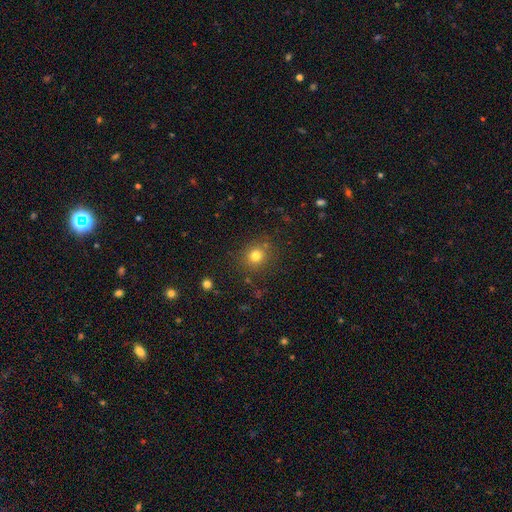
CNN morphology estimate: A smooth galaxy with no disk features (79%) that is round (87%).

Vote fractions:
- Smooth or featured? smooth: 79% / star or artifact: 14% / featured or disk: 7%
- How rounded? round: 87% / in between: 12% / cigar-shaped: 1%
- Merging? none: 84% / minor disturbance: 9% / major disturbance: 4% / merger: 3%